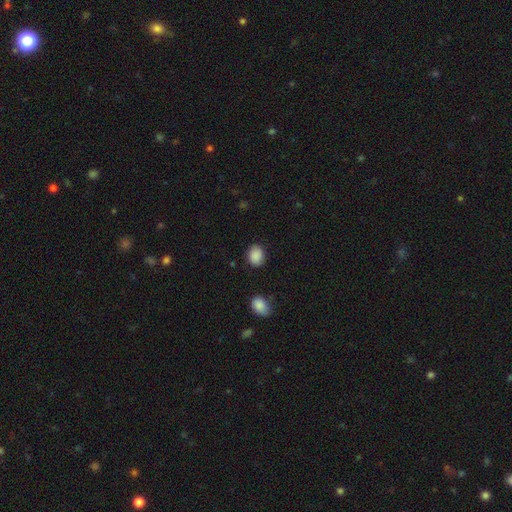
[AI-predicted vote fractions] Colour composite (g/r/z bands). It shows a smooth galaxy with no disk features (88%) that is round (50%). Merging: none (83%).